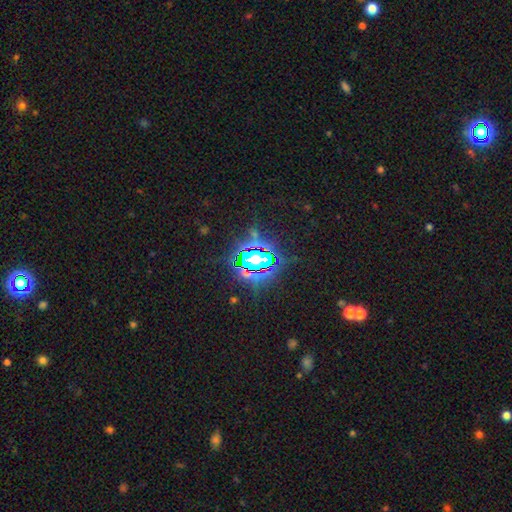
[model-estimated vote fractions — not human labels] Smooth or featured? star or artifact (83%)